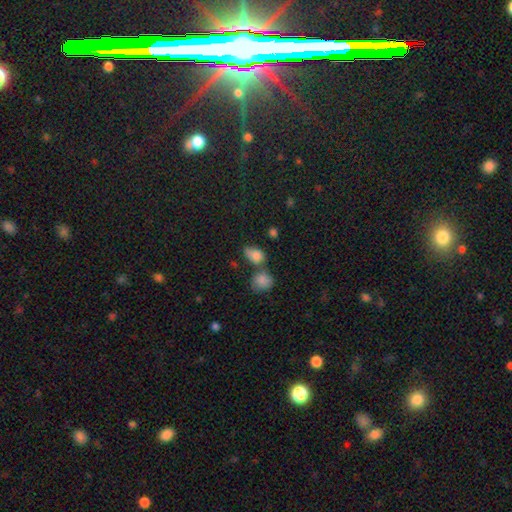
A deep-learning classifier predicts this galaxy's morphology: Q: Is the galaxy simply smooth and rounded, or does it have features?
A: smooth — 80%.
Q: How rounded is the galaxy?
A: in between — 70%.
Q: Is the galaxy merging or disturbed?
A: none — 40%.